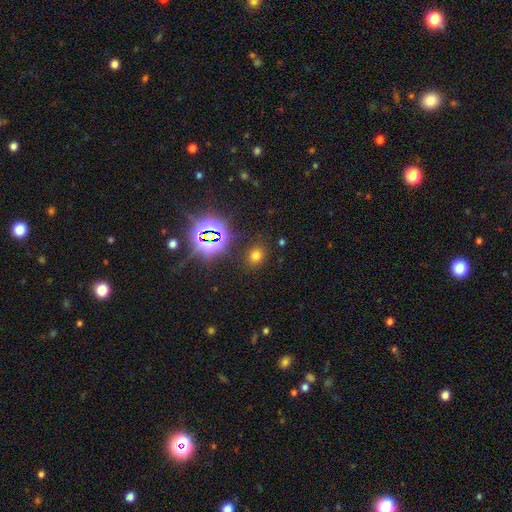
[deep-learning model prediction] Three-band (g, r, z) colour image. It shows a smooth galaxy with no disk features (64%) that is round (62%). Merging: none (85%).